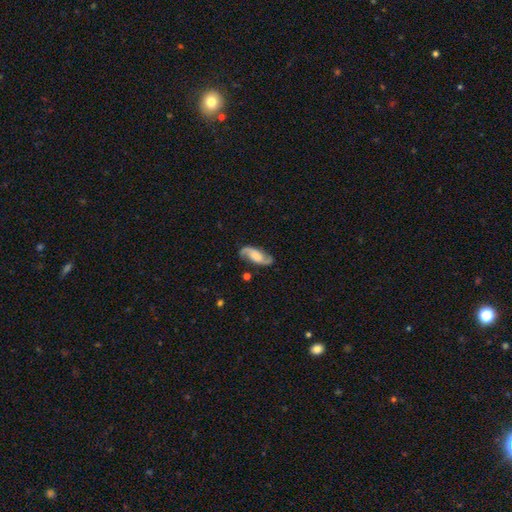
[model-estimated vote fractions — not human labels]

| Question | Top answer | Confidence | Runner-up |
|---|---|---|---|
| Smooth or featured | featured or disk | 78% | smooth (16%) |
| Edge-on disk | no | 94% | yes (6%) |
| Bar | no | 54% | weak (34%) |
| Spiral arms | yes | 96% | no (4%) |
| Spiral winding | loose | 43% | medium (42%) |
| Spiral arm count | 2 | 92% | can't tell (3%) |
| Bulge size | none | 32% | moderate (24%) |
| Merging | none | 80% | minor disturbance (14%) |